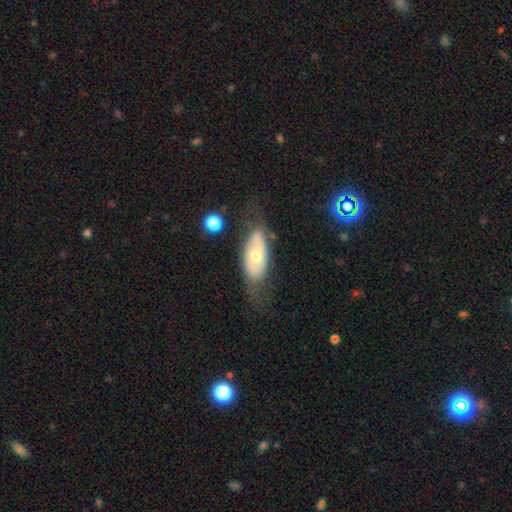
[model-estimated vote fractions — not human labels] This is possibly a featured or disk galaxy (49%). Merging: possibly none (59%).